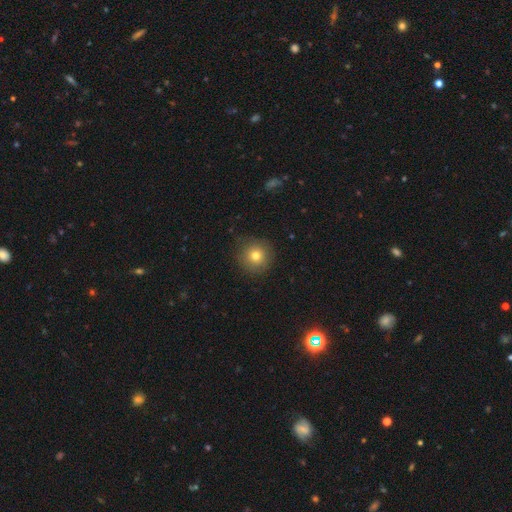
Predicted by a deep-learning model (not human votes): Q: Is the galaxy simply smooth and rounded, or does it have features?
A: smooth — 76%.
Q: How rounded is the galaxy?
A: round — 94%.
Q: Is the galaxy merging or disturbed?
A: none — 86%.